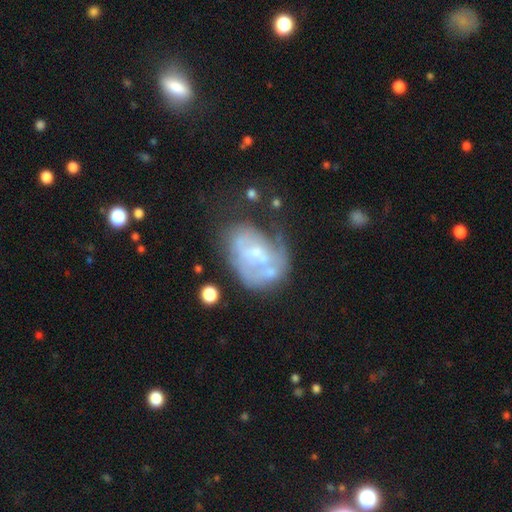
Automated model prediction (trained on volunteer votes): Overall: featured or disk (64%; smooth 27%). Edge-on disk: no (97%). Bar: no (69%). Spiral arms: no (53%; yes 47%). Bulge size: small (61%; moderate 24%). Merging: none (33%; major disturbance 25%).